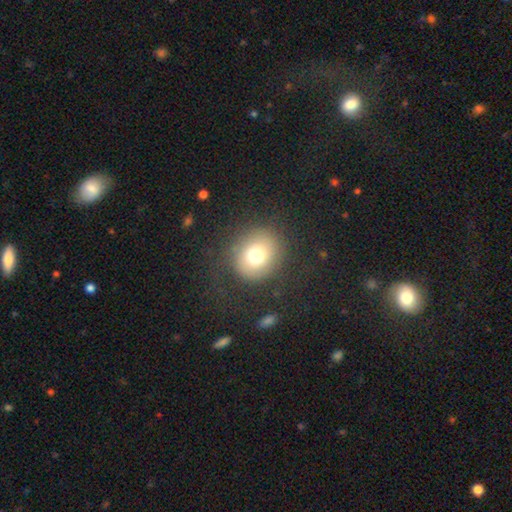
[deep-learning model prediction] smooth-or-featured: smooth: 71% | featured or disk: 15% | star or artifact: 14%
  how-rounded: round: 79% | in between: 20% | cigar-shaped: 1%
  merging: none: 74% | minor disturbance: 13% | major disturbance: 12% | merger: 1%